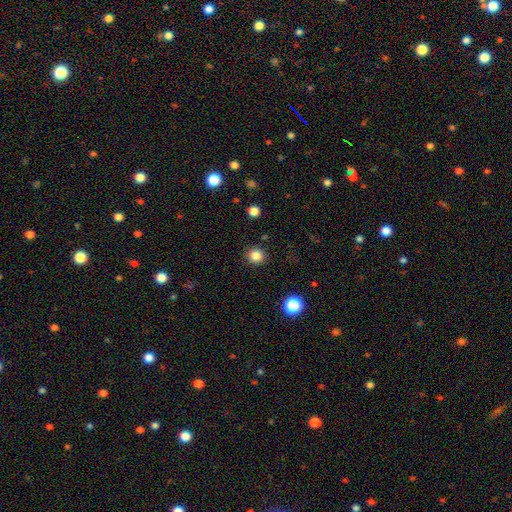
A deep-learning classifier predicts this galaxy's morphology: Smooth or featured? smooth (83%)
How rounded? round (91%)
Merging? none (91%)